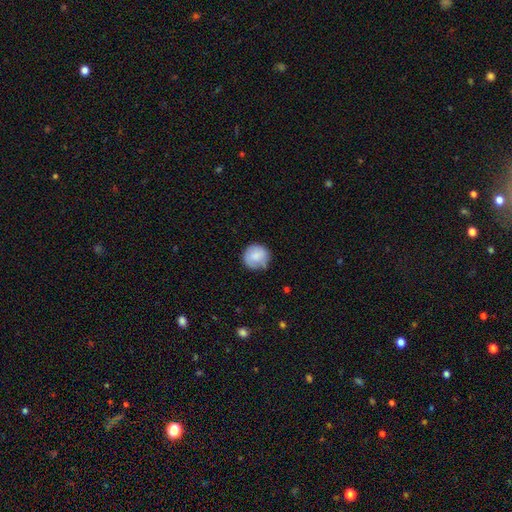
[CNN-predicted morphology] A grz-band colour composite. It shows a smooth galaxy with no disk features (81%) that is round (92%). Merging: none (76%).